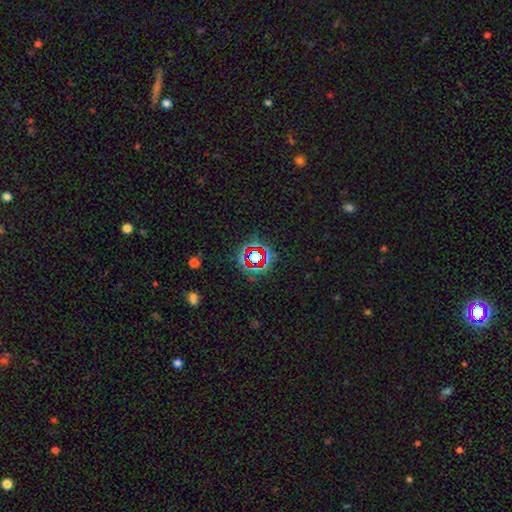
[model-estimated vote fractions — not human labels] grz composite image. It shows a star or artifact, not a galaxy (73%).